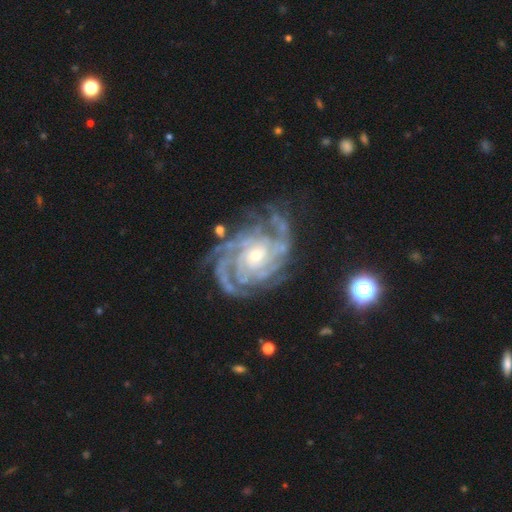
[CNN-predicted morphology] smooth_or_featured: featured or disk (p=0.92) [alt: star or artifact p=0.05]
disk_edge_on: no (p=0.98) [alt: yes p=0.02]
bar: no (p=0.71) [alt: weak p=0.21]
has_spiral_arms: yes (p=0.98) [alt: no p=0.02]
spiral_winding: tight (p=0.72) [alt: medium p=0.25]
spiral_arm_count: 4 (p=0.28) [alt: 3 p=0.19]
bulge_size: small (p=0.61) [alt: moderate p=0.35]
merging: none (p=0.71) [alt: minor disturbance p=0.18]